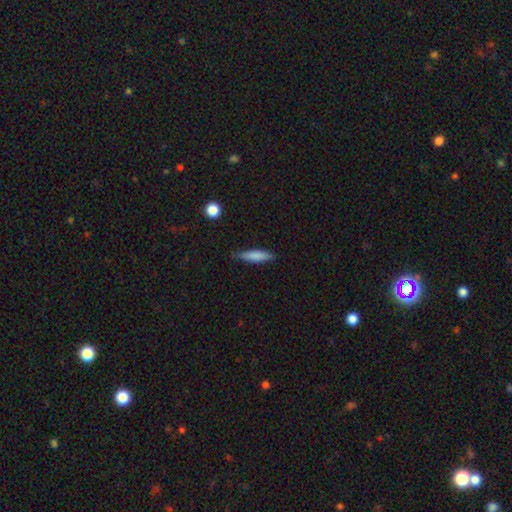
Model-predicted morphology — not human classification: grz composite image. It shows a smooth galaxy with no disk features (76%) that is cigar-shaped (77%). Merging: none (79%).